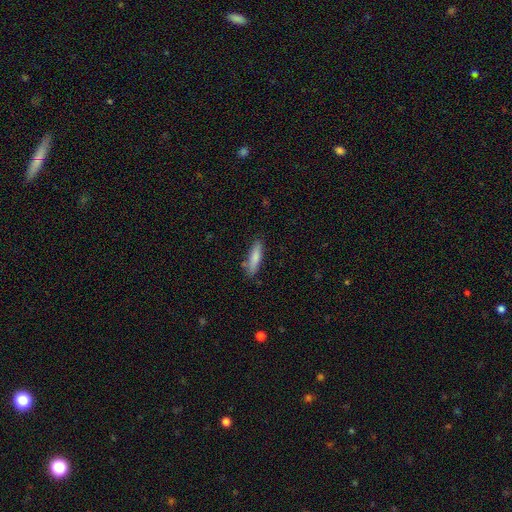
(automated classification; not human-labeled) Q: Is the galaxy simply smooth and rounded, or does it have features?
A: smooth — 77%.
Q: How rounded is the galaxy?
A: cigar-shaped — 76%.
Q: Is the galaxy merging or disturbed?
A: none — 85%.